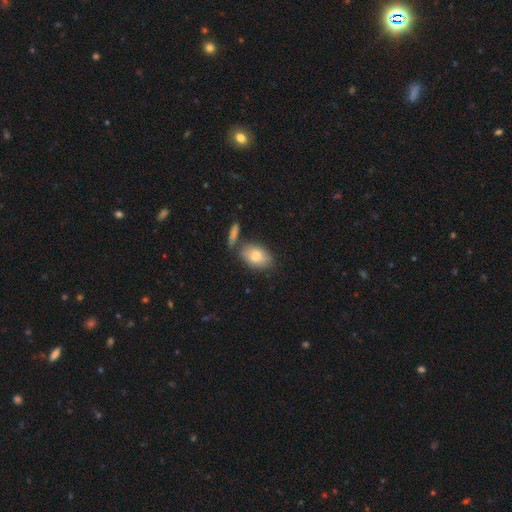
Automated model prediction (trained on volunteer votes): This is likely a smooth galaxy (74%). How rounded: clearly in between (82%). Merging: likely none (64%).